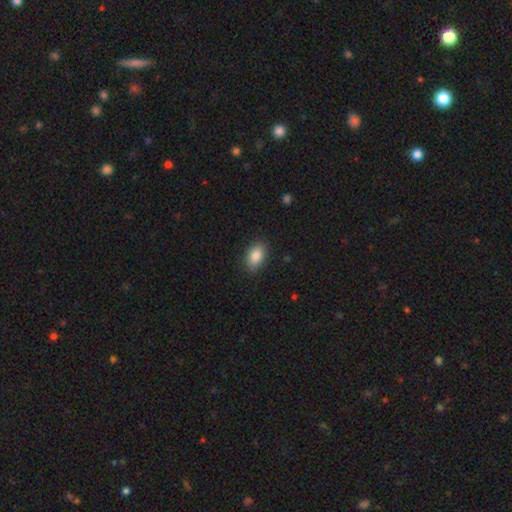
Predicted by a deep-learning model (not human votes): smooth_or_featured: smooth (p=0.87) [alt: star or artifact p=0.07]
how_rounded: in between (p=0.90) [alt: round p=0.08]
merging: none (p=0.86) [alt: minor disturbance p=0.10]